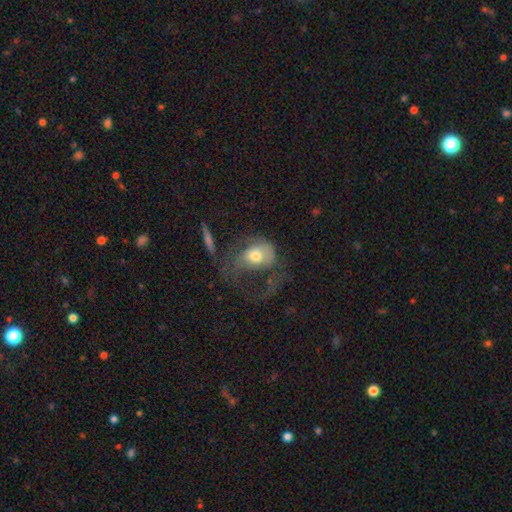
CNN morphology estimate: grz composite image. It shows a smooth galaxy with no disk features (55%) that is in between round and cigar-shaped (54%). Merging: major disturbance (62%).